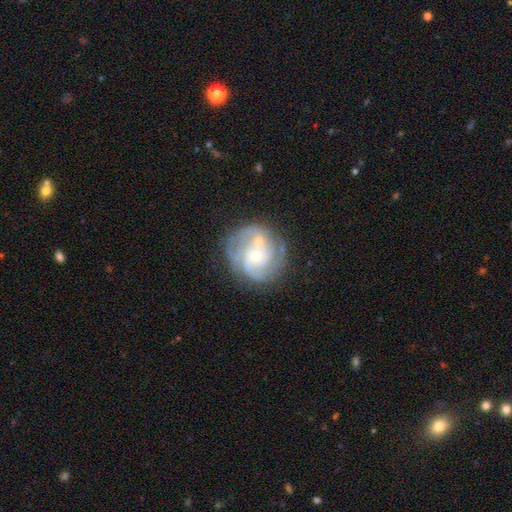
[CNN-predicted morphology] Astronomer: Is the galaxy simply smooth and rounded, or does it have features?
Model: featured or disk — 80%.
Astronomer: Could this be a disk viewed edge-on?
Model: no — 98%.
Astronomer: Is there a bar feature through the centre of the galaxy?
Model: no — 71%.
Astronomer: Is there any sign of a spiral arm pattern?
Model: yes — 92%.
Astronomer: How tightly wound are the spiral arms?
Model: tight — 55% (runner-up: medium, 35%).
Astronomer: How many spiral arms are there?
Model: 2 — 30%, tied with 3 at 30%.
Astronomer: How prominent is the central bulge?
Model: small — 59% (runner-up: moderate, 34%).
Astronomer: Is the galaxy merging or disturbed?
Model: none — 60%.